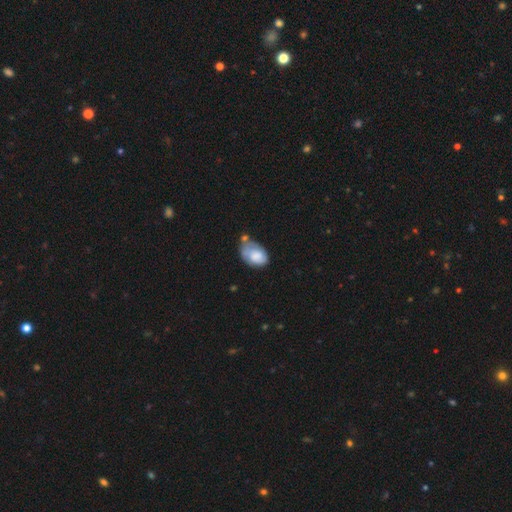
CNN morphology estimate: This is likely a smooth galaxy (65%). How rounded: clearly in between (87%). Merging: marginally minor disturbance (38%).